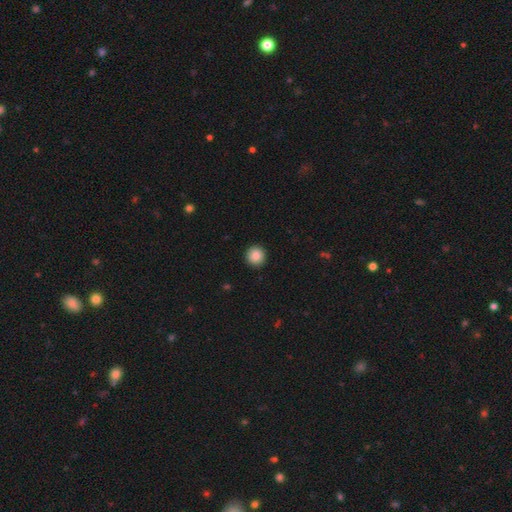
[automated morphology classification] smooth_or_featured: smooth (p=0.87) [alt: star or artifact p=0.09]
how_rounded: round (p=0.95) [alt: in between p=0.04]
merging: none (p=0.93) [alt: minor disturbance p=0.04]